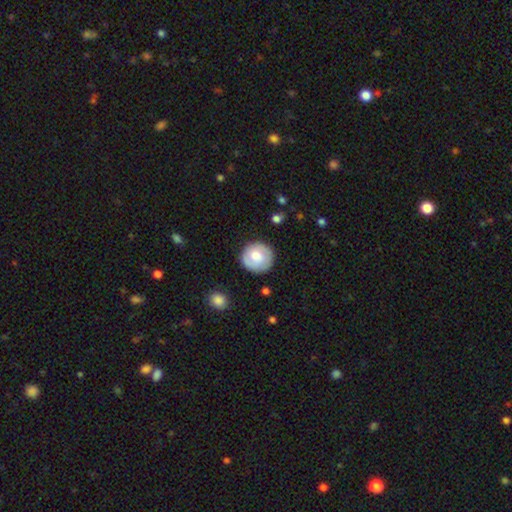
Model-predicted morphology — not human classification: Smooth or featured?
  - smooth: 62% *
  - featured or disk: 32%
  - star or artifact: 6%
How rounded?
  - round: 91% *
  - in between: 8%
  - cigar-shaped: 1%
Merging?
  - none: 84% *
  - minor disturbance: 12%
  - major disturbance: 3%
  - merger: 2%